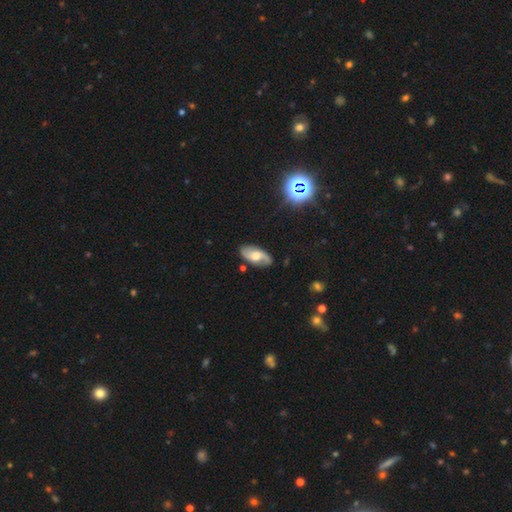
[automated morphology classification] Overall: featured or disk (67%). Edge-on disk: no (93%). Bar: no (58%; weak 34%). Spiral arms: yes (90%). Spiral arm count: 2 (87%). Spiral winding: loose (41%; medium 40%). Bulge size: moderate (65%). Merging: none (79%).